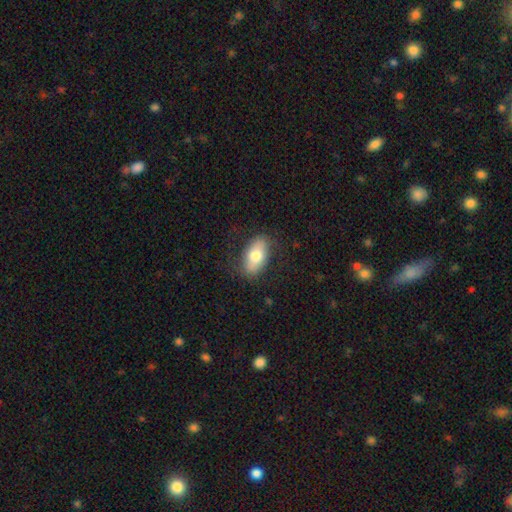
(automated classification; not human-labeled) Morphology: type=smooth (70%); roundness=in between (91%); merging=none (79%).